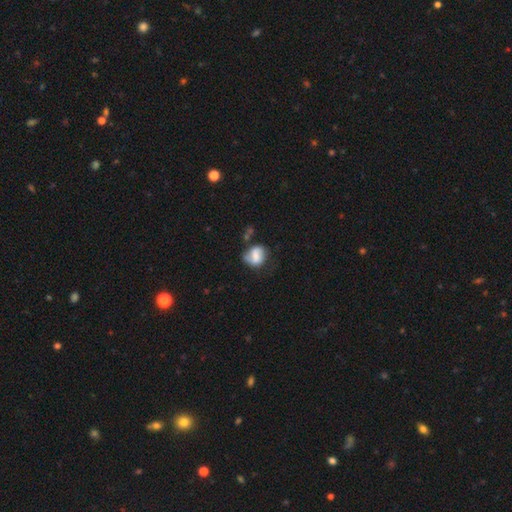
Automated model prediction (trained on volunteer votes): A smooth galaxy with no disk features (53%) that is round (57%). Merging: none (45%).